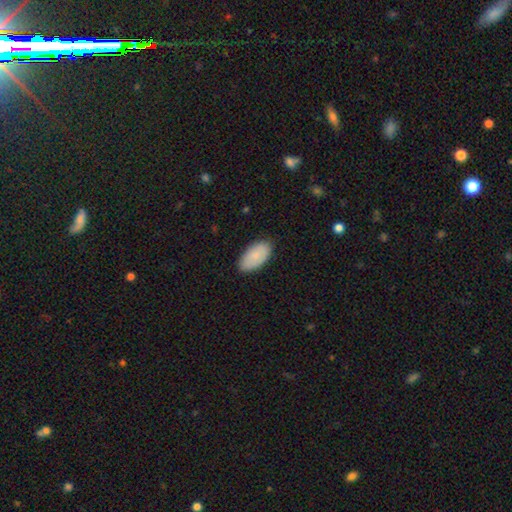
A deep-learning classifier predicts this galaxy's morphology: Smooth or featured? smooth (85%)
How rounded? in between (96%)
Merging? none (85%)